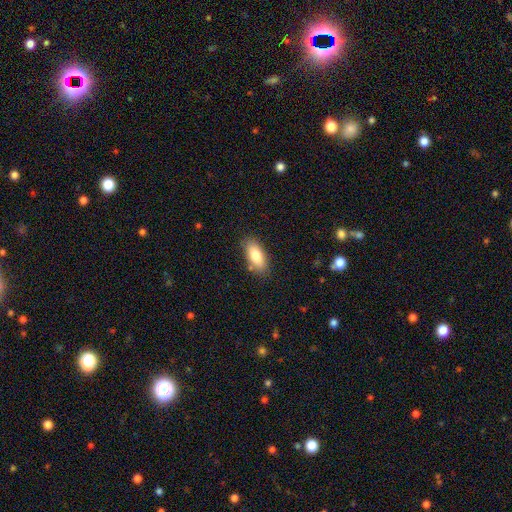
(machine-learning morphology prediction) smooth_or_featured: smooth (p=0.81) [alt: featured or disk p=0.12]
how_rounded: in between (p=0.86) [alt: cigar-shaped p=0.11]
merging: none (p=0.83) [alt: minor disturbance p=0.12]